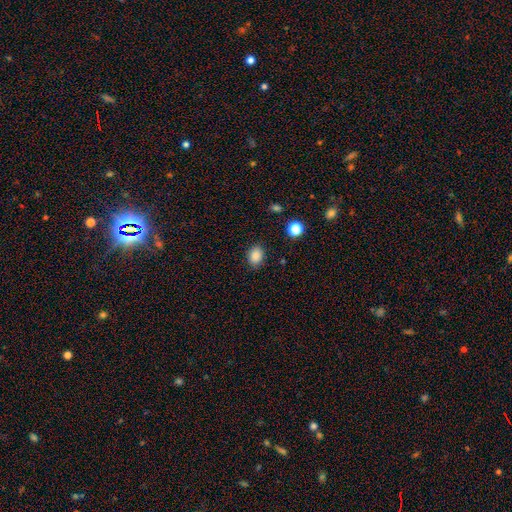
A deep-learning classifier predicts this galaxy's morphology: A smooth galaxy with no disk features (87%) that is in between round and cigar-shaped (69%). Merging: none (86%).